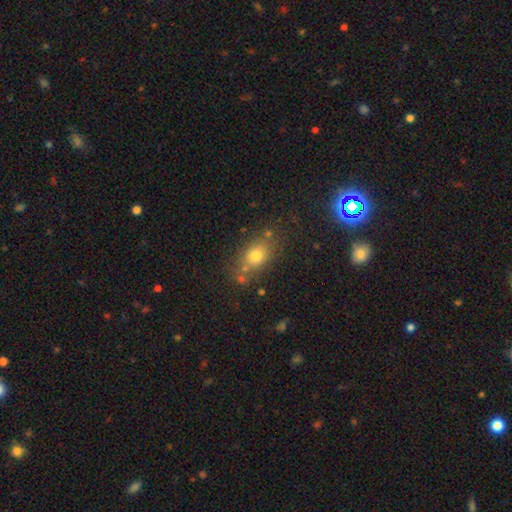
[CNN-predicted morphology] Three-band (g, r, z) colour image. It shows a smooth galaxy with no disk features (74%) that is in between round and cigar-shaped (63%). Merging: none (68%).